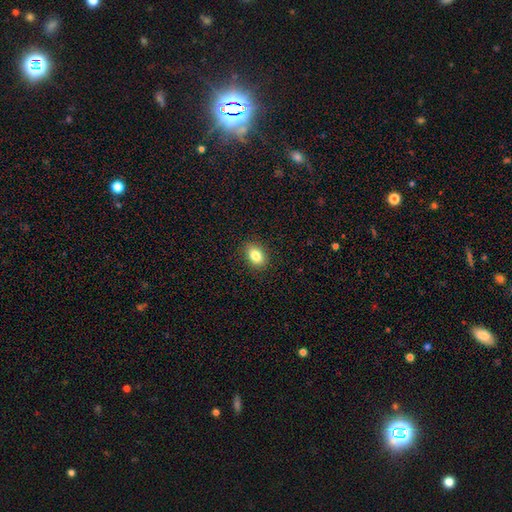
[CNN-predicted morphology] Overall: smooth (84%). How rounded: in between (78%). Merging: none (89%).